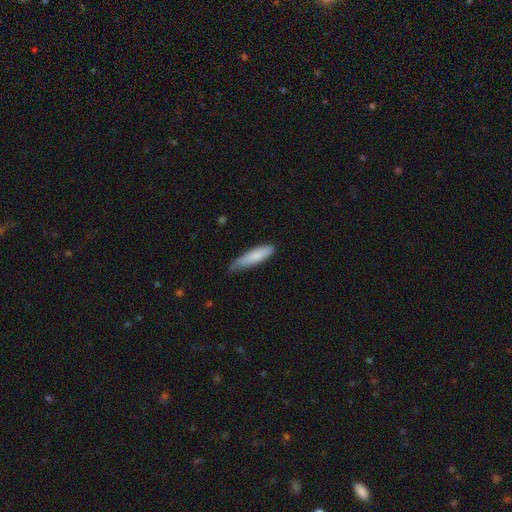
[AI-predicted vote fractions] Smooth or featured? smooth (81%)
How rounded? cigar-shaped (76%)
Merging? none (62%)